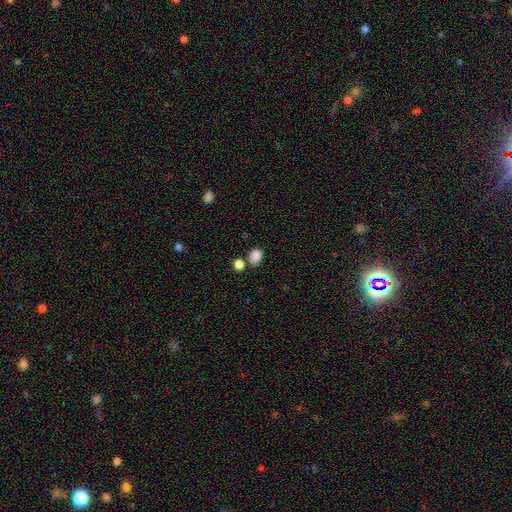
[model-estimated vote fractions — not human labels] A smooth galaxy with no disk features (85%) that is in between round and cigar-shaped (62%). Merging: none (66%).